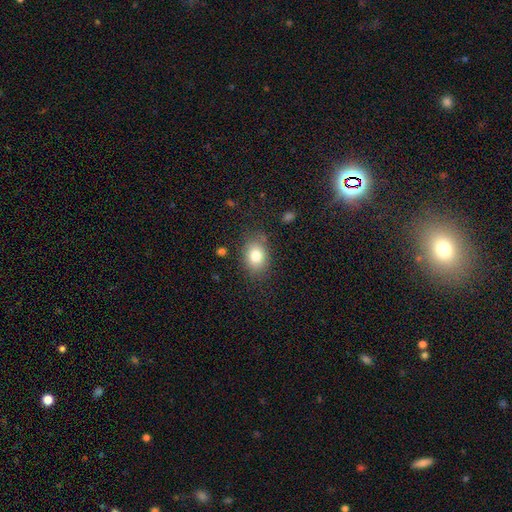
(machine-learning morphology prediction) Overall: smooth (81%). How rounded: in between (68%; round 31%). Merging: none (80%).